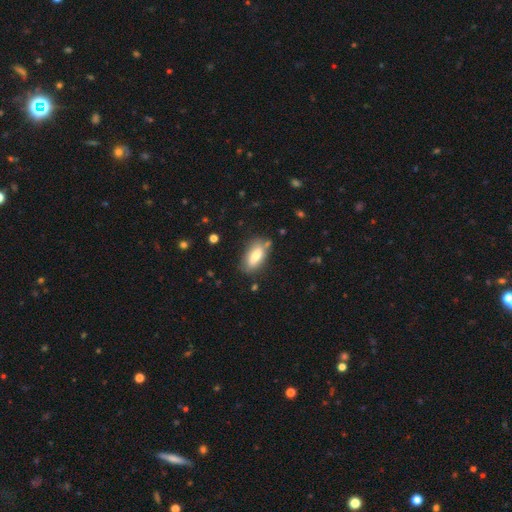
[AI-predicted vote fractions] Smooth or featured: smooth — 75% (featured or disk — 18%)
How rounded: in between — 83% (cigar-shaped — 15%)
Merging: none — 74% (minor disturbance — 17%)